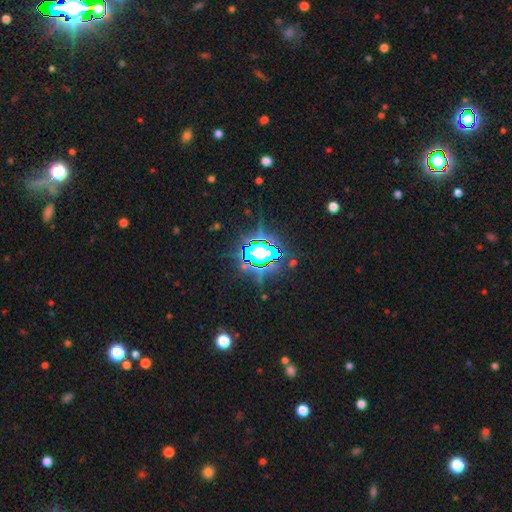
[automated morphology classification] The model was most divided on "smooth or featured": star or artifact: 79%, smooth: 12%, featured or disk: 9%.